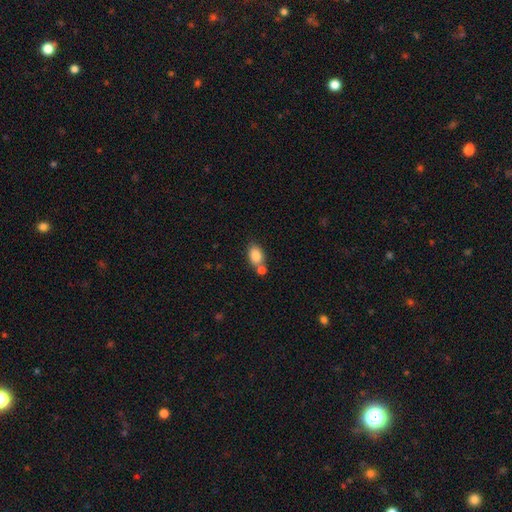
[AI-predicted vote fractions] smooth-or-featured: smooth: 84% | star or artifact: 8% | featured or disk: 8%
  how-rounded: in between: 85% | round: 14% | cigar-shaped: 2%
  merging: none: 54% | merger: 30% | minor disturbance: 12% | major disturbance: 4%